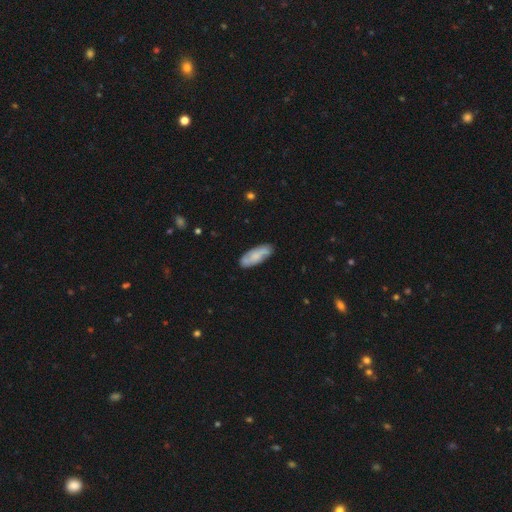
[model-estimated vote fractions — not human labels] The model was most divided on "smooth or featured": smooth: 57%, featured or disk: 37%, star or artifact: 6%. More confident: merging — none (80%); how rounded — in between (72%).